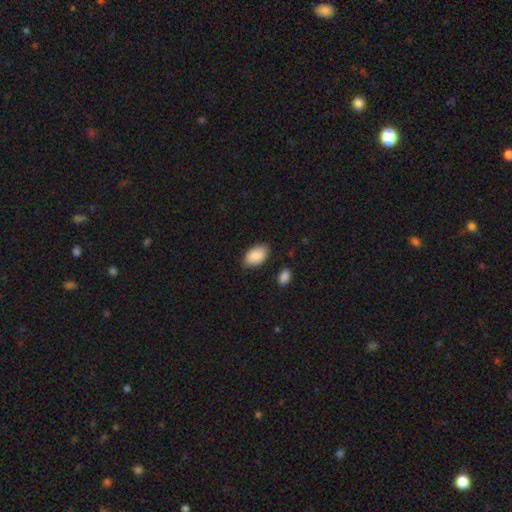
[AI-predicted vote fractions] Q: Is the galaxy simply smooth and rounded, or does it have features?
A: smooth — 91%.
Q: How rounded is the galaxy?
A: in between — 93%.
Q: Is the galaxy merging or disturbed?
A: none — 83%.